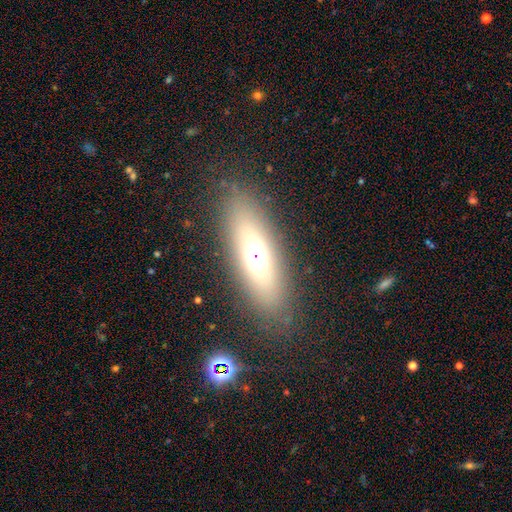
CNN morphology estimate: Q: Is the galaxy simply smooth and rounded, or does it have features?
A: smooth — 53%.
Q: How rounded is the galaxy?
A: in between — 60%.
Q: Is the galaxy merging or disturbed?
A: none — 83%.